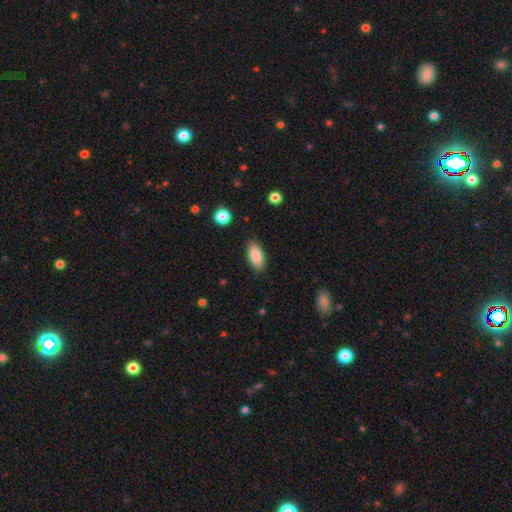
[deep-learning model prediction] Smooth or featured? smooth (87%)
How rounded? in between (91%)
Merging? none (86%)